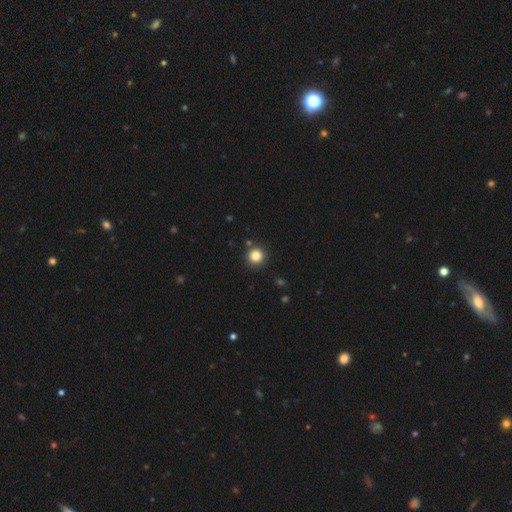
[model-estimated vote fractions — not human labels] Smooth or featured?
  - smooth: 85% *
  - star or artifact: 12%
  - featured or disk: 4%
How rounded?
  - round: 94% *
  - in between: 5%
  - cigar-shaped: 1%
Merging?
  - none: 87% *
  - minor disturbance: 7%
  - merger: 3%
  - major disturbance: 2%